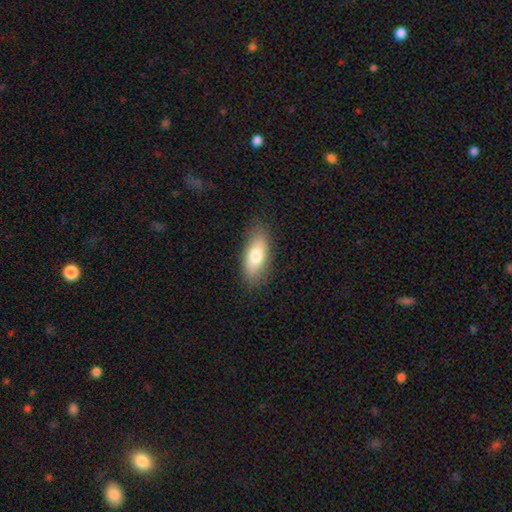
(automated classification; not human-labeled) A smooth galaxy with no disk features (75%) that is in between round and cigar-shaped (80%).

Vote fractions:
- Smooth or featured? smooth: 75% / featured or disk: 19% / star or artifact: 7%
- How rounded? in between: 80% / cigar-shaped: 16% / round: 3%
- Merging? none: 84% / minor disturbance: 12% / major disturbance: 3% / merger: 1%